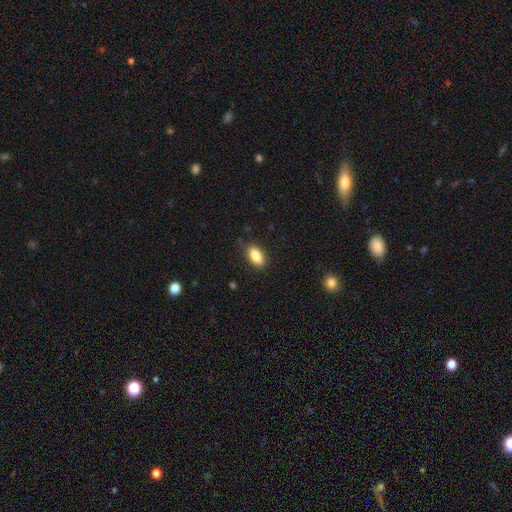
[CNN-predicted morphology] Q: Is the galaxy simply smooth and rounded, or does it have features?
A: smooth — 86%.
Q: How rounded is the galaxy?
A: in between — 89%.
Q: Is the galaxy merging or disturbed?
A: none — 84%.